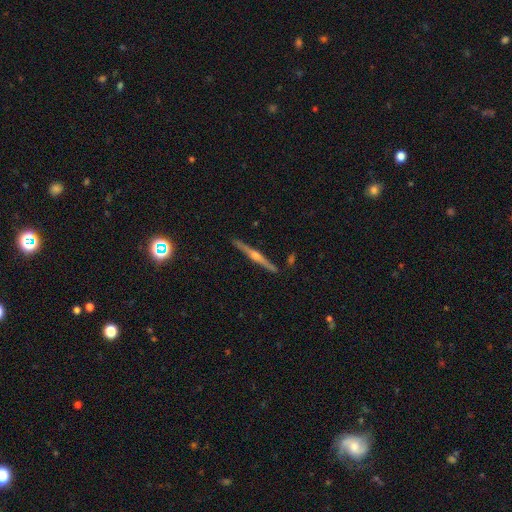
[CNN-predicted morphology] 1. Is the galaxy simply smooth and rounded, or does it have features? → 83% featured or disk, 11% smooth, 6% star or artifact.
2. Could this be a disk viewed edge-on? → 99% yes, 1% no.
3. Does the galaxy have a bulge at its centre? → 91% rounded, 5% boxy, 4% none.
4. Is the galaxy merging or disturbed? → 92% none, 5% minor disturbance, 1% merger, 1% major disturbance.